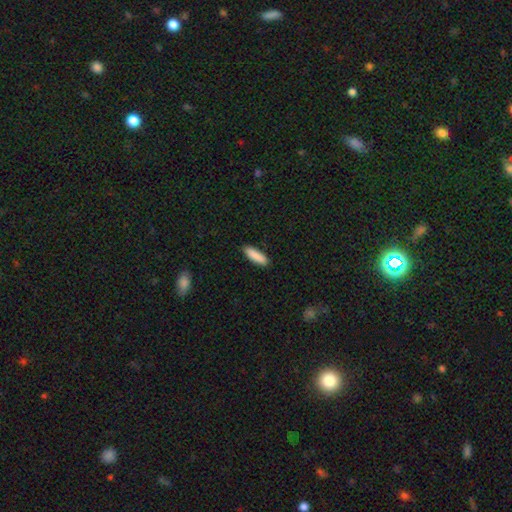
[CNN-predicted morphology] A smooth galaxy with no disk features (89%) that is cigar-shaped (64%).

Vote fractions:
- Smooth or featured? smooth: 89% / star or artifact: 6% / featured or disk: 5%
- How rounded? cigar-shaped: 64% / in between: 34% / round: 1%
- Merging? none: 89% / minor disturbance: 8% / major disturbance: 2% / merger: 1%